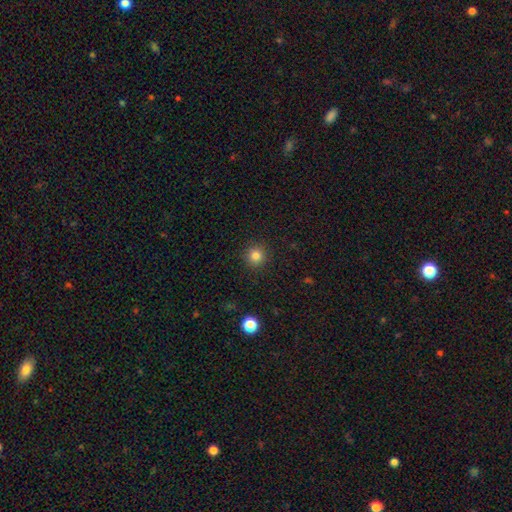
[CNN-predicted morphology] This appears to be a smooth galaxy with no disk features (82%) that is round (95%). Merging: none (92%).